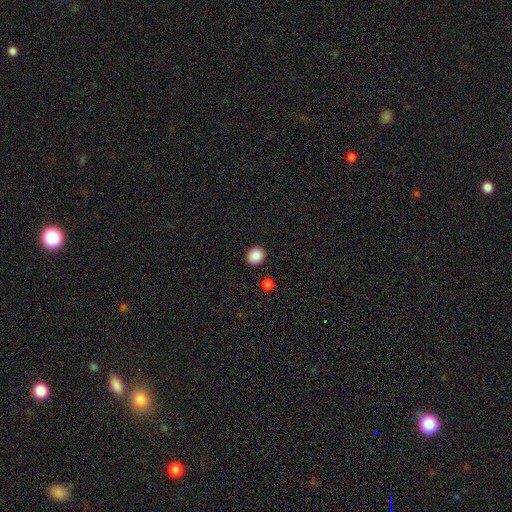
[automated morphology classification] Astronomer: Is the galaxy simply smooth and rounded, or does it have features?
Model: smooth — 88%.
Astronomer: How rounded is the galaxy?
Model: round — 77%.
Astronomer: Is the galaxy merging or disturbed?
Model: none — 90%.